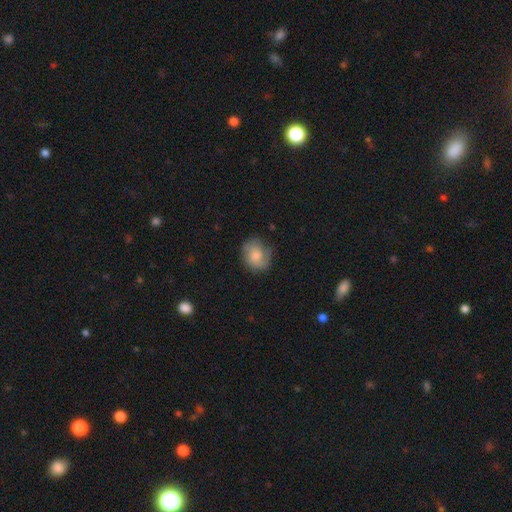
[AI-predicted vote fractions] smooth-or-featured: smooth: 66% | featured or disk: 26% | star or artifact: 8%
  how-rounded: round: 62% | in between: 37% | cigar-shaped: 1%
  merging: none: 70% | minor disturbance: 22% | major disturbance: 7% | merger: 1%